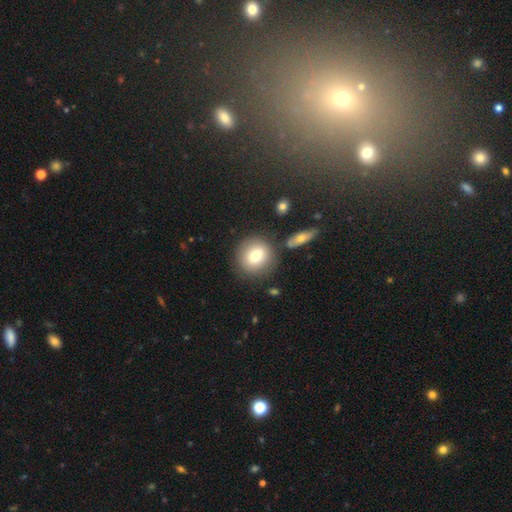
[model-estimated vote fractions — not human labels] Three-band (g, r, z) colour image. It shows a smooth galaxy with no disk features (76%) that is round (86%). Merging: none (80%).